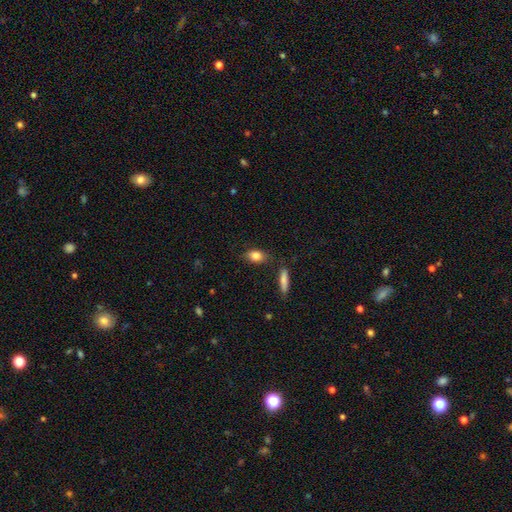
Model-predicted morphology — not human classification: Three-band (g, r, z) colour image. It shows a smooth galaxy with no disk features (82%) that is in between round and cigar-shaped (78%). Merging: none (76%).